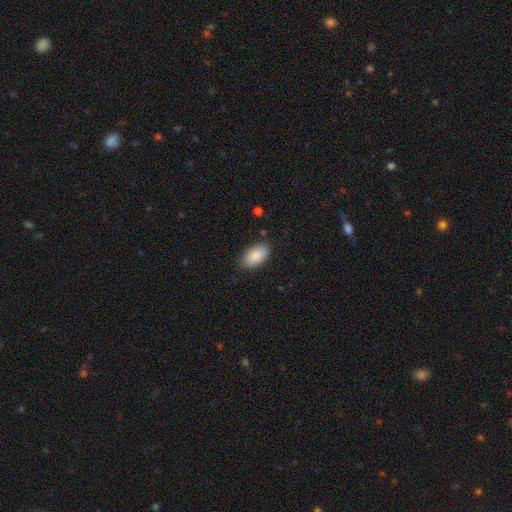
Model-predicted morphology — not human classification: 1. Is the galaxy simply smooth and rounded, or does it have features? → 88% smooth, 7% star or artifact, 5% featured or disk.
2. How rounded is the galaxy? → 94% in between, 4% round, 2% cigar-shaped.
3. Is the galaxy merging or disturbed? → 84% none, 12% minor disturbance, 3% major disturbance, 1% merger.